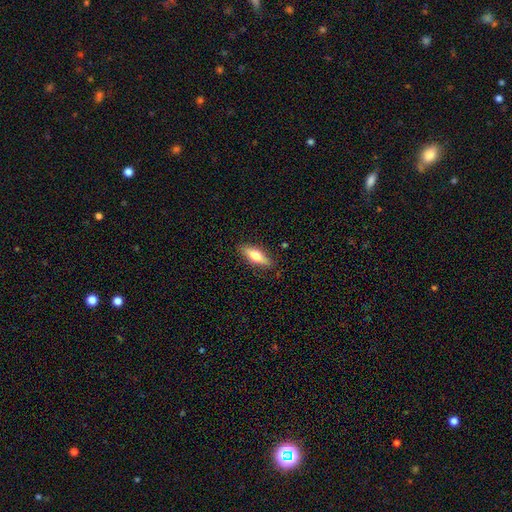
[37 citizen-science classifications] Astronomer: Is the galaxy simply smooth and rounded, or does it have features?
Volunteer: smooth — 62%.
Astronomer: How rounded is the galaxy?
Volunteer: in between — 57% (runner-up: cigar-shaped, 43%).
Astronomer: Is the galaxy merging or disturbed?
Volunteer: none — 76%.